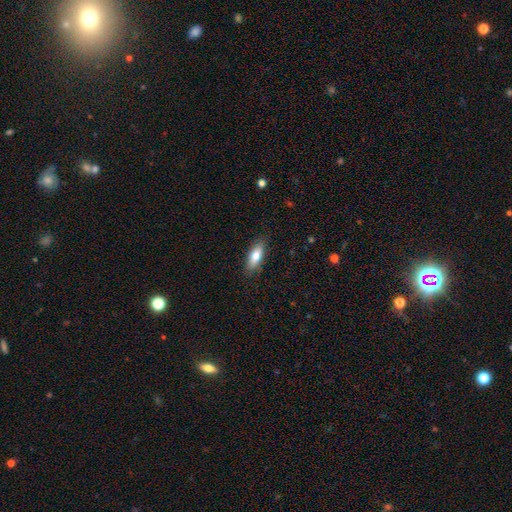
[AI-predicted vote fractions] Morphology: type=smooth (77%); roundness=in between (68%); merging=none (85%).